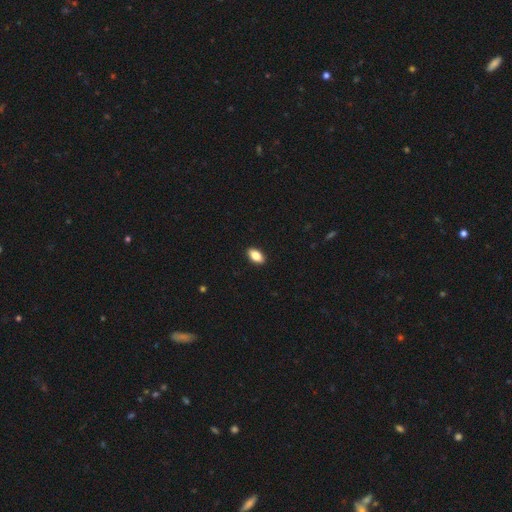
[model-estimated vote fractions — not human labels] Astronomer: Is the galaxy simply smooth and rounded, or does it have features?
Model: smooth — 85%.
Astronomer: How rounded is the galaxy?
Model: in between — 92%.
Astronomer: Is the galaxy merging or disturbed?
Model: none — 91%.